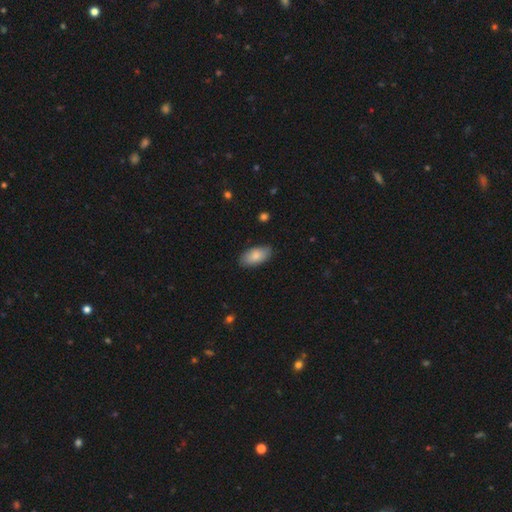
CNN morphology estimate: type=smooth (84%); roundness=in between (94%); merging=none (85%).